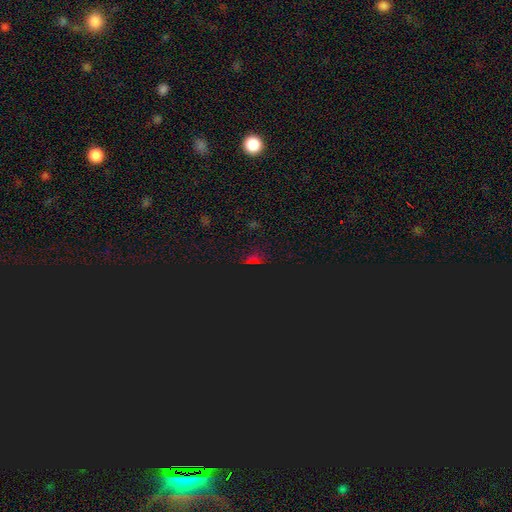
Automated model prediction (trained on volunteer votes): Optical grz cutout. It shows a star or artifact, not a galaxy (73%).